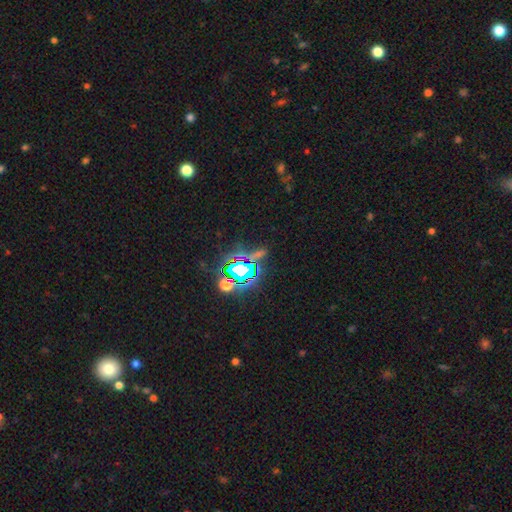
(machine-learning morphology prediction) Q: Smooth or featured?
A: star or artifact (77%); runner-up: smooth (14%)